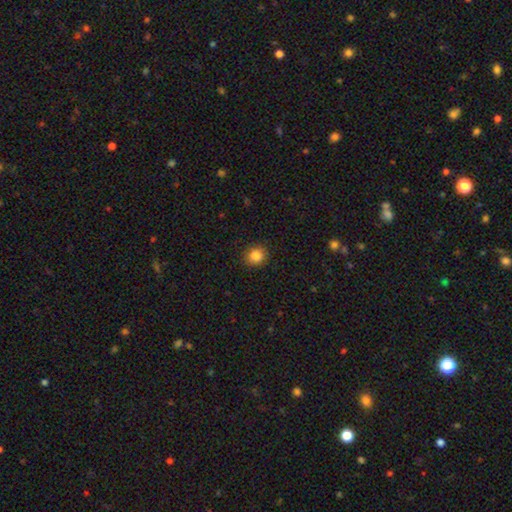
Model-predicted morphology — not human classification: A smooth galaxy with no disk features (85%) that is round (86%). Merging: none (90%).